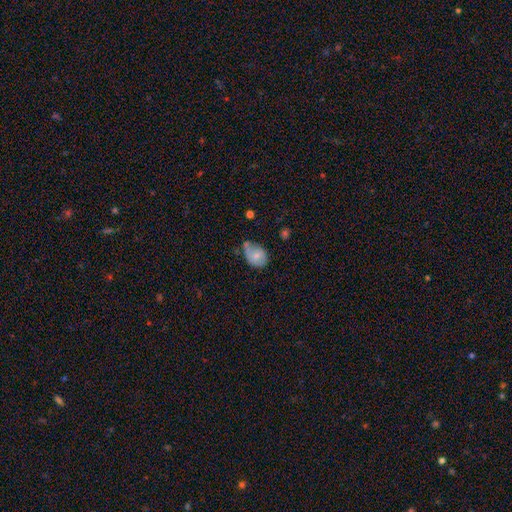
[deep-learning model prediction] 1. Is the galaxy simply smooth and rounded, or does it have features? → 73% smooth, 19% featured or disk, 8% star or artifact.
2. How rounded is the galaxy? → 70% in between, 29% round, 1% cigar-shaped.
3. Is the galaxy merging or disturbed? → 41% minor disturbance, 36% none, 15% major disturbance, 8% merger.